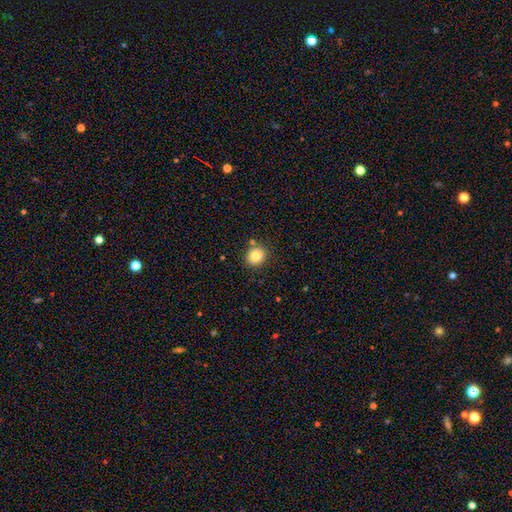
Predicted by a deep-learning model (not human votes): smooth_or_featured: smooth (p=0.82) [alt: star or artifact p=0.10]
how_rounded: round (p=0.75) [alt: in between p=0.25]
merging: none (p=0.83) [alt: minor disturbance p=0.09]